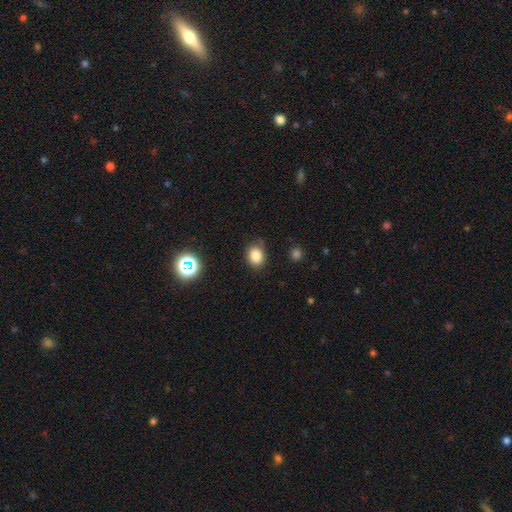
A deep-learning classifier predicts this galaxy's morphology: Q: Smooth or featured?
A: smooth (83%); runner-up: star or artifact (12%)
Q: How rounded?
A: round (50%); runner-up: in between (49%)
Q: Merging?
A: none (79%); runner-up: minor disturbance (16%)